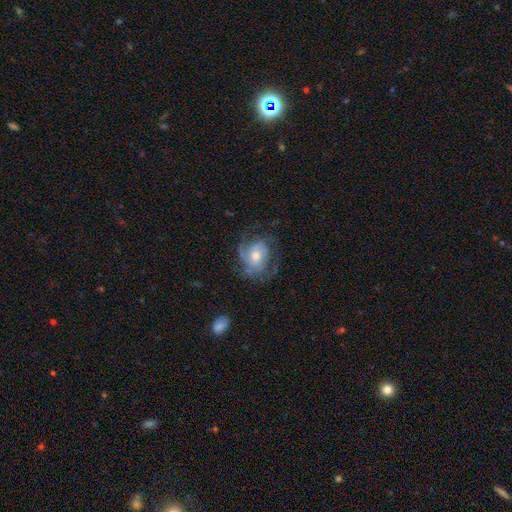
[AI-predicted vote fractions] smooth-or-featured: featured or disk: 69% | smooth: 23% | star or artifact: 8%
  disk-edge-on: no: 97% | yes: 3%
    bar: no: 69% | weak: 26% | strong: 5%
    has-spiral-arms: yes: 85% | no: 15%
      spiral-winding: tight: 44% | medium: 39% | loose: 17%
      spiral-arm-count: can't tell: 35% | 2: 29% | 3: 18% | 1: 8% | 4: 5% | more than 4: 4%
    bulge-size: moderate: 60% | small: 31% | large: 6% | none: 2% | dominant: 1%
  merging: none: 58% | minor disturbance: 21% | major disturbance: 19% | merger: 2%